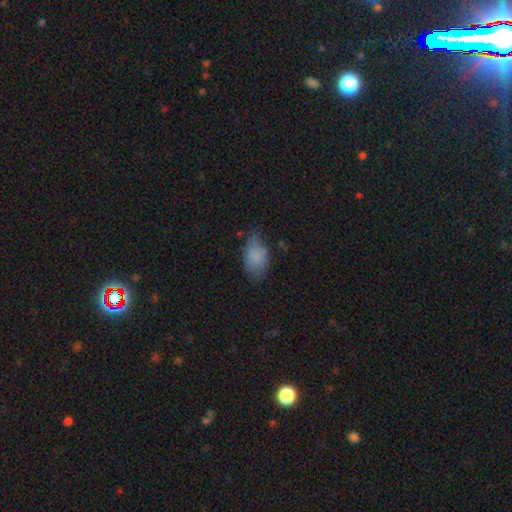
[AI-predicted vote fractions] Morphology: type=smooth (81%); roundness=in between (91%); merging=none (55%).